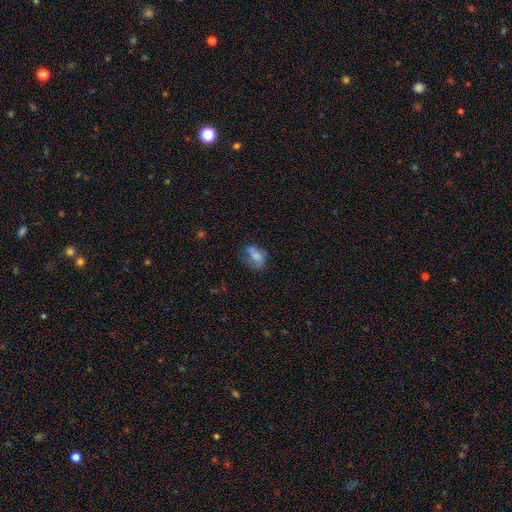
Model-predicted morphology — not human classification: Smooth or featured: smooth — 65% (featured or disk — 23%)
How rounded: in between — 79% (round — 17%)
Merging: none — 40% (minor disturbance — 29%)